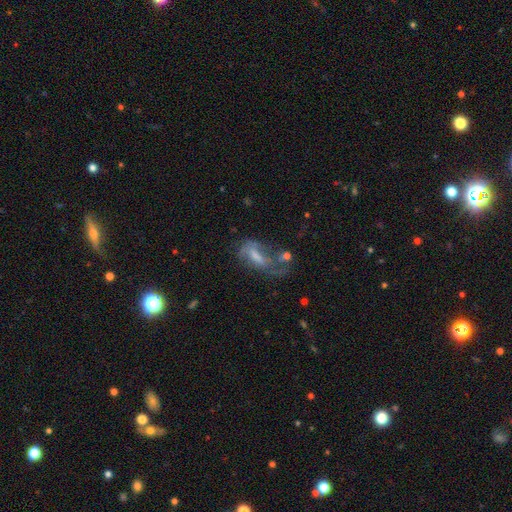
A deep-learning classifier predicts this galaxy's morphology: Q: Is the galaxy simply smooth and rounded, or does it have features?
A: featured or disk — 58%.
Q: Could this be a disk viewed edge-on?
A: no — 91%.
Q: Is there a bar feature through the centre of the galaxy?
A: weak — 42%.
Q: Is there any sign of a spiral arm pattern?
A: yes — 63%.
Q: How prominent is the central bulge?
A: moderate — 36%.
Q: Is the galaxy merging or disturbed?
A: major disturbance — 36%.